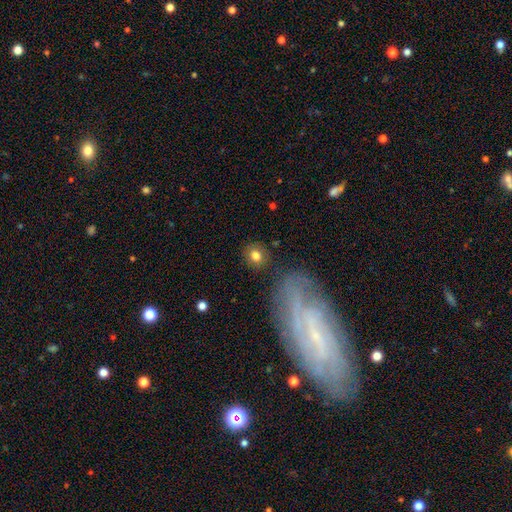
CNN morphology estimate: This is clearly a smooth galaxy (80%). How rounded: likely round (80%). Merging: clearly none (86%).